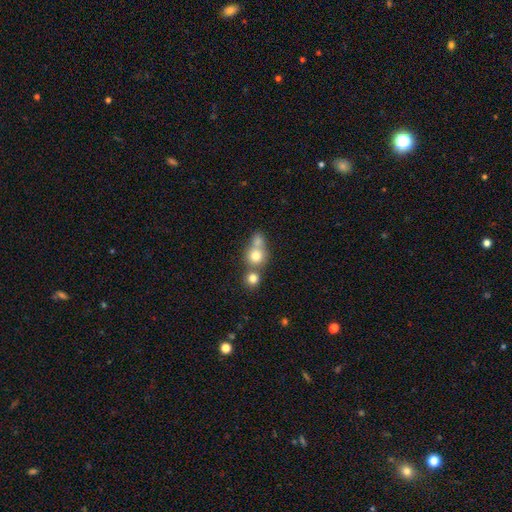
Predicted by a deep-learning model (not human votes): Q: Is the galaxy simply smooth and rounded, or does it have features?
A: smooth — 74%.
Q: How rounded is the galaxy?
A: round — 85%.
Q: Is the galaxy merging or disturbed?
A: merger — 49%.